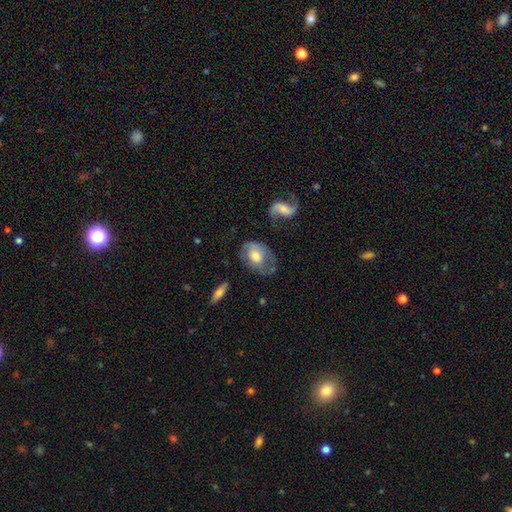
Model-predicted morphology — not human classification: type=featured or disk (51%); edge-on=no (94%); merging=none (46%).